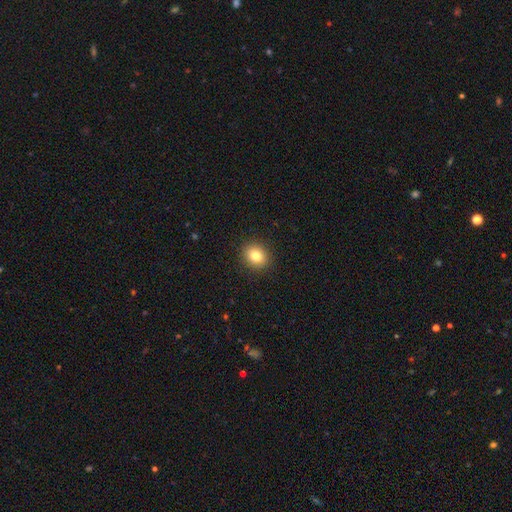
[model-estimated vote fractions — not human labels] Smooth or featured?
  - smooth: 82% *
  - star or artifact: 11%
  - featured or disk: 8%
How rounded?
  - round: 69% *
  - in between: 30%
  - cigar-shaped: 1%
Merging?
  - none: 91% *
  - minor disturbance: 6%
  - major disturbance: 2%
  - merger: 1%